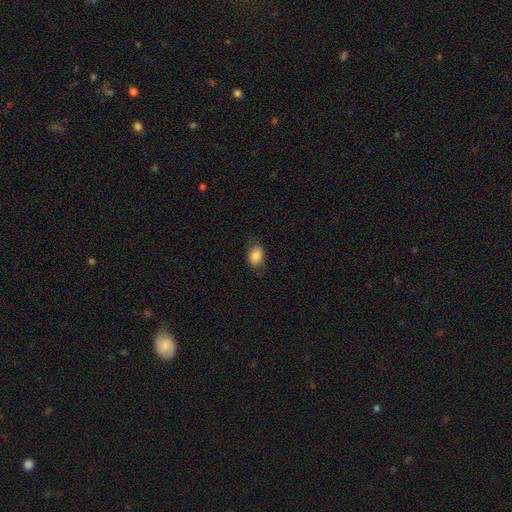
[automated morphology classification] A smooth galaxy with no disk features (84%) that is in between round and cigar-shaped (80%).

Vote fractions:
- Smooth or featured? smooth: 84% / featured or disk: 8% / star or artifact: 8%
- How rounded? in between: 80% / round: 18% / cigar-shaped: 1%
- Merging? none: 75% / minor disturbance: 19% / major disturbance: 5% / merger: 1%